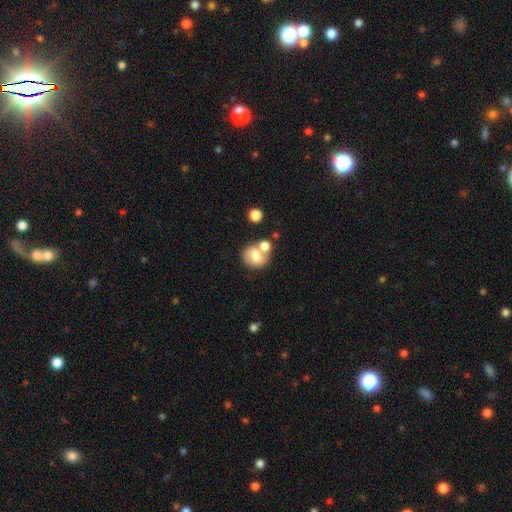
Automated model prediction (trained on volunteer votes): A smooth galaxy with no disk features (63%) that is round (69%). Merging: none (41%).